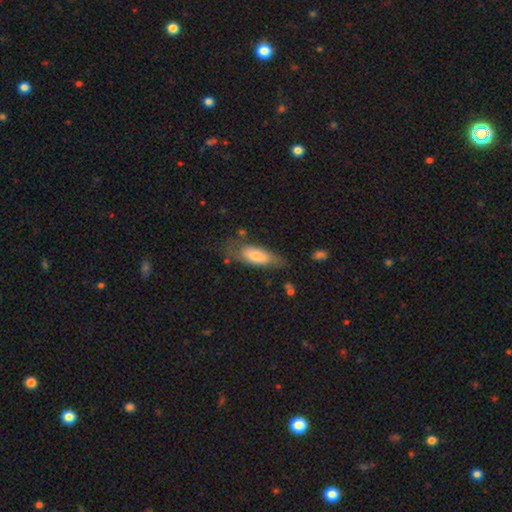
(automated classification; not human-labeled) This is likely a smooth galaxy (68%). How rounded: likely in between (73%). Merging: possibly none (58%).